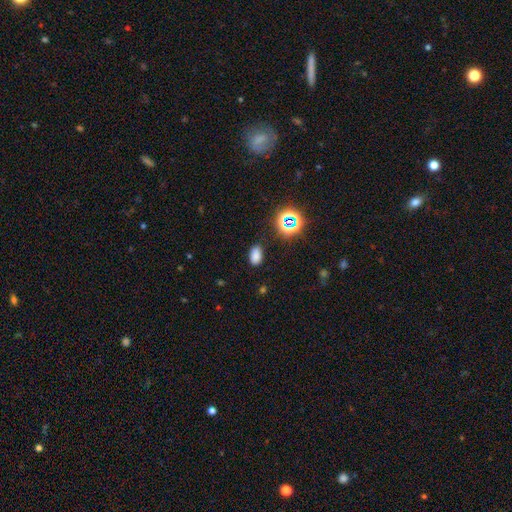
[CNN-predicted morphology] Smooth or featured?
  - smooth: 76% *
  - star or artifact: 19%
  - featured or disk: 5%
How rounded?
  - in between: 90% *
  - round: 8%
  - cigar-shaped: 2%
Merging?
  - none: 83% *
  - minor disturbance: 12%
  - major disturbance: 3%
  - merger: 2%